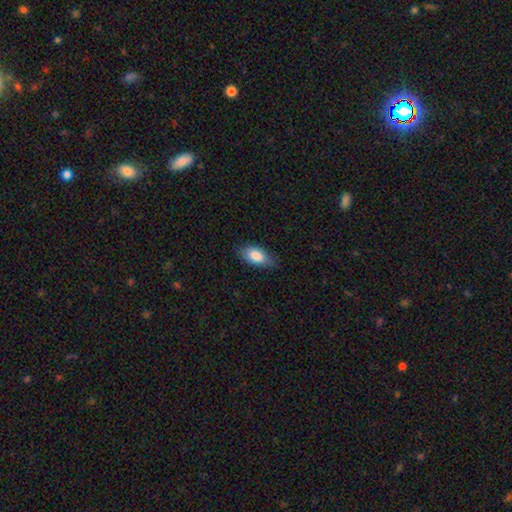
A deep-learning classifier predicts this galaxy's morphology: Smooth or featured: smooth — 85% (featured or disk — 9%)
How rounded: in between — 90% (cigar-shaped — 6%)
Merging: none — 77% (minor disturbance — 18%)